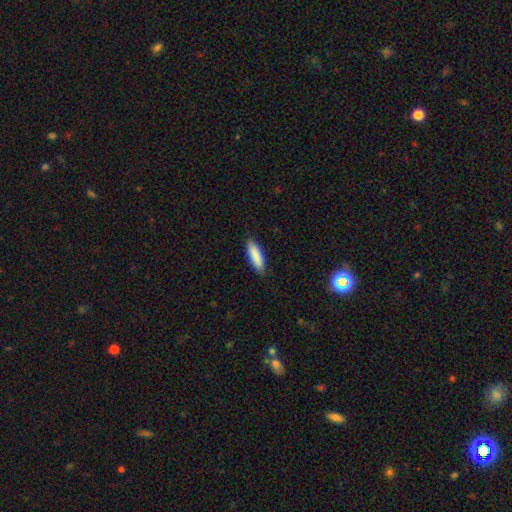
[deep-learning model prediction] smooth 89%, featured or disk 6%, star or artifact 5%. Down the decision tree: how rounded — cigar-shaped (51%); merging — none (87%).